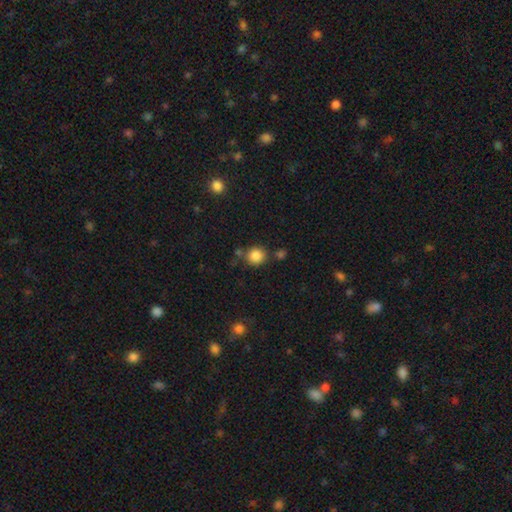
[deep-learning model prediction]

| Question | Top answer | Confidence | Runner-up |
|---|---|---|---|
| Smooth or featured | smooth | 85% | star or artifact (10%) |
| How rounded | round | 88% | in between (11%) |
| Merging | none | 76% | minor disturbance (10%) |